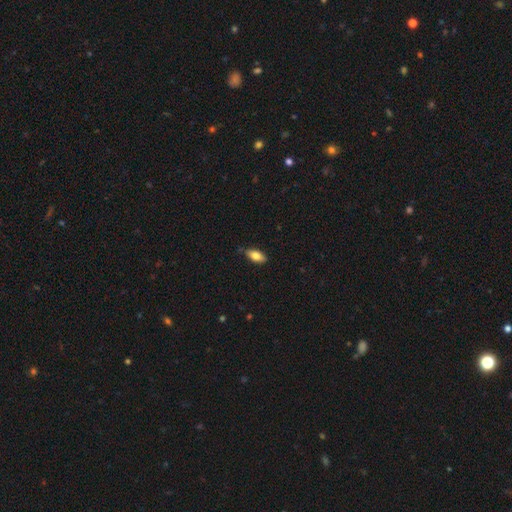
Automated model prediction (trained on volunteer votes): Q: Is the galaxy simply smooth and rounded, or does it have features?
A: smooth — 79%.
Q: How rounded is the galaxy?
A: in between — 87%.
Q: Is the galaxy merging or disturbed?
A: none — 80%.